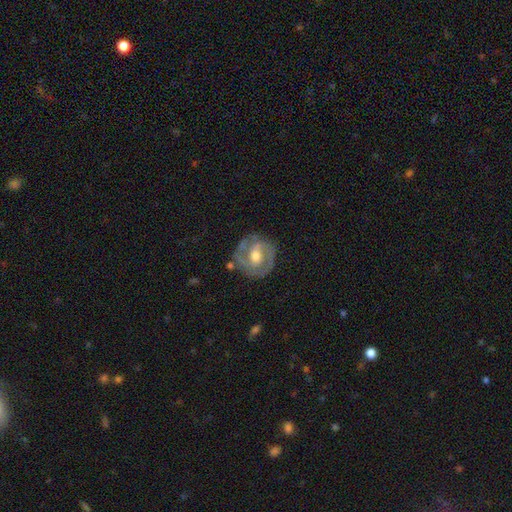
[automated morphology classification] This appears to be a featured or disk galaxy (82%) with a weak bar (46%), 2 (78%) tight (50%) spiral arms (90%) and a moderate central bulge (70%). Merging: none (78%).